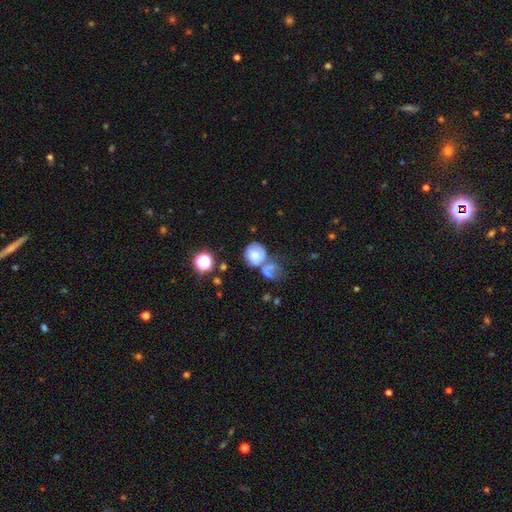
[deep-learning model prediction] A smooth galaxy with no disk features (70%) that is round (73%).

Vote fractions:
- Smooth or featured? smooth: 70% / featured or disk: 19% / star or artifact: 11%
- How rounded? round: 73% / in between: 26% / cigar-shaped: 1%
- Merging? merger: 45% / none: 29% / minor disturbance: 14% / major disturbance: 11%